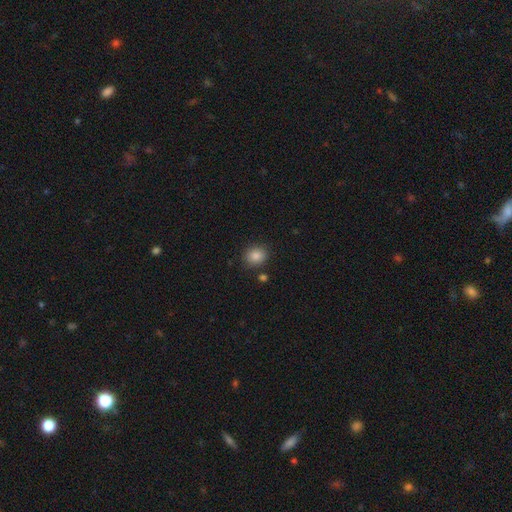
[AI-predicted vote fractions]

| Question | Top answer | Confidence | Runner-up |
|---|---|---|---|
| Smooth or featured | smooth | 86% | star or artifact (10%) |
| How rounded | round | 68% | in between (31%) |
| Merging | none | 84% | minor disturbance (10%) |